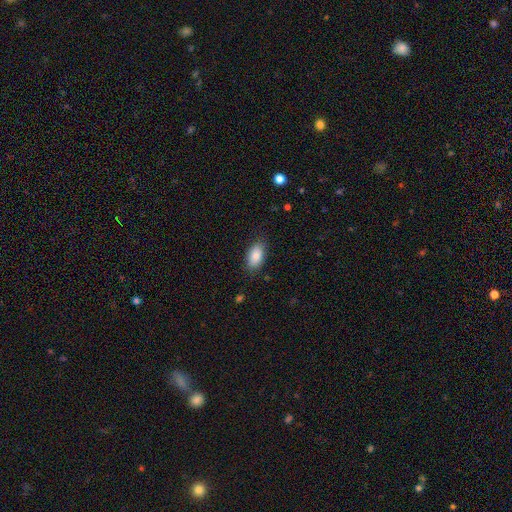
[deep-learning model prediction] A smooth galaxy with no disk features (86%) that is in between round and cigar-shaped (93%). Merging: none (83%).